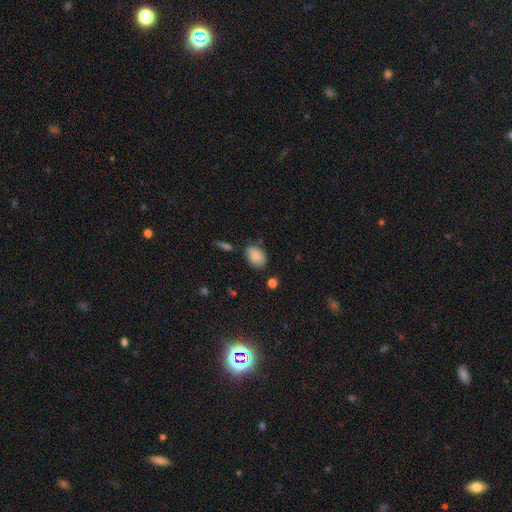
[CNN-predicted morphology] type=smooth (85%); roundness=in between (80%); merging=none (68%).